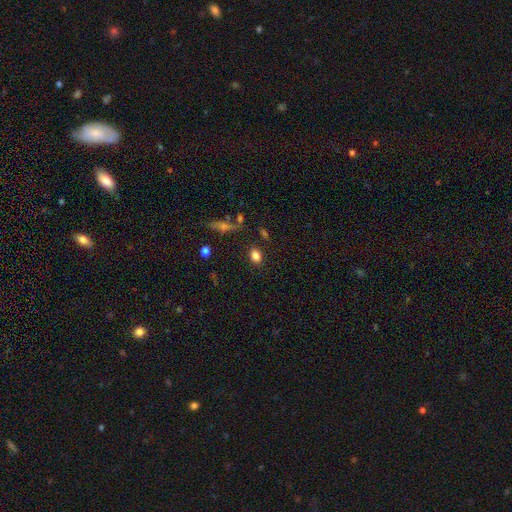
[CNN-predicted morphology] Smooth or featured?
  - smooth: 82% *
  - star or artifact: 11%
  - featured or disk: 7%
How rounded?
  - in between: 71% *
  - round: 27%
  - cigar-shaped: 2%
Merging?
  - none: 83% *
  - minor disturbance: 10%
  - merger: 3%
  - major disturbance: 3%